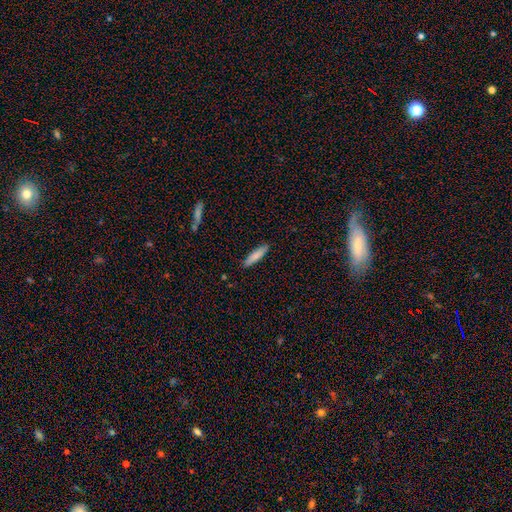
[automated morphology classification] A smooth galaxy with no disk features (83%) that is cigar-shaped (81%). Merging: none (89%).